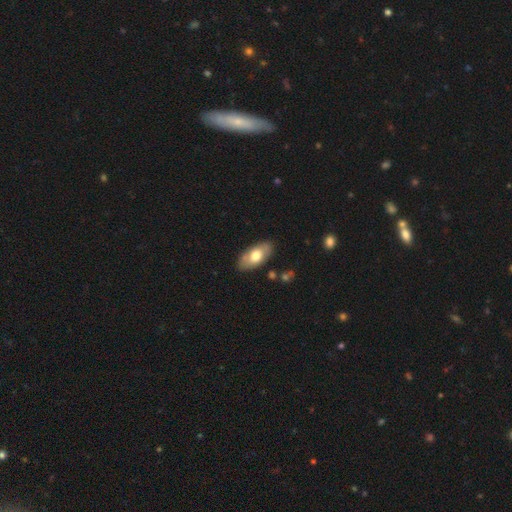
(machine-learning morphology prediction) Smooth or featured? Predicted: smooth (p=0.61). How rounded? Predicted: in between (p=0.92). Merging? Predicted: none (p=0.82).